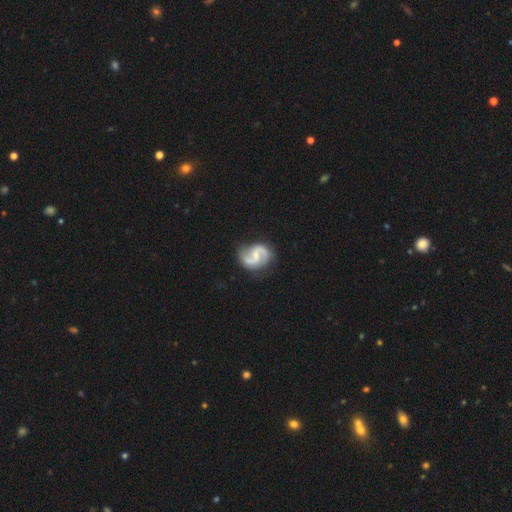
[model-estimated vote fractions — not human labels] Q: Smooth or featured?
A: featured or disk (88%); runner-up: smooth (7%)
Q: Edge-on disk?
A: no (98%); runner-up: yes (2%)
Q: Bar?
A: weak (51%); runner-up: no (27%)
Q: Spiral arms?
A: yes (97%); runner-up: no (3%)
Q: Spiral winding?
A: medium (47%); runner-up: loose (43%)
Q: Spiral arm count?
A: 2 (93%); runner-up: can't tell (2%)
Q: Bulge size?
A: small (53%); runner-up: moderate (25%)
Q: Merging?
A: none (80%); runner-up: minor disturbance (14%)